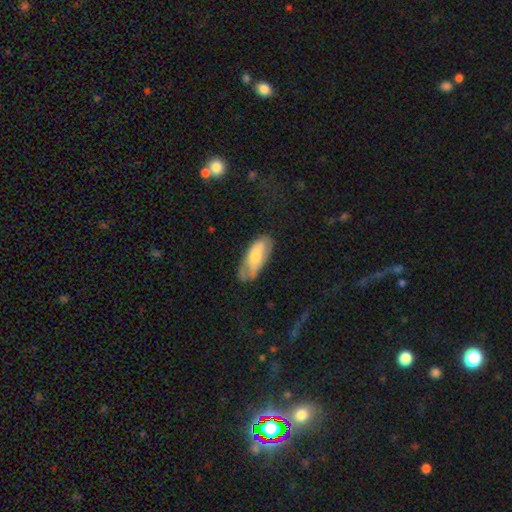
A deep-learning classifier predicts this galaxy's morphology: Overall: smooth (60%; featured or disk 34%). How rounded: in between (81%). Merging: none (61%; minor disturbance 28%).